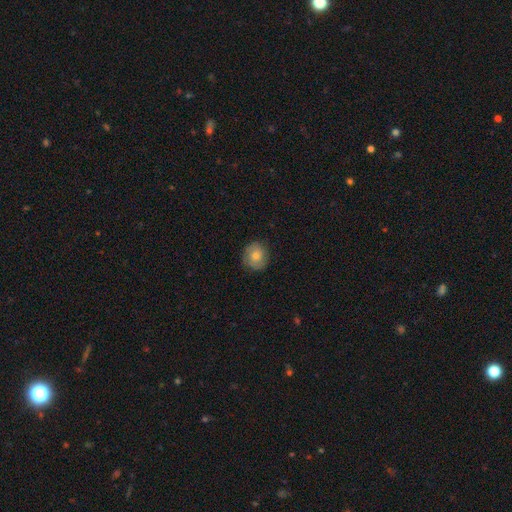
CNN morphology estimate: Overall: smooth (65%; featured or disk 26%). How rounded: round (85%). Merging: none (85%).